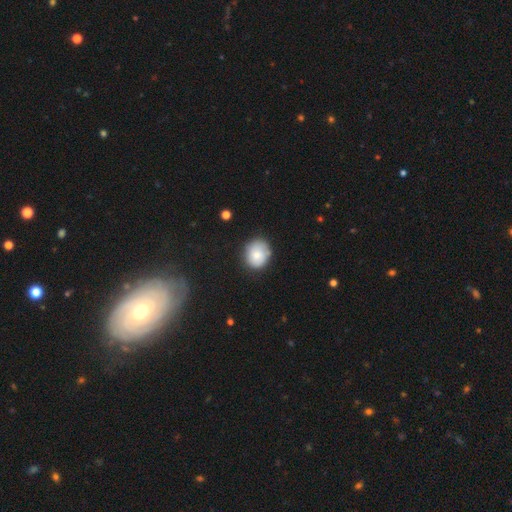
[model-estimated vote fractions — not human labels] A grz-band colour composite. It shows a smooth galaxy with no disk features (78%) that is round (71%). Merging: none (73%).